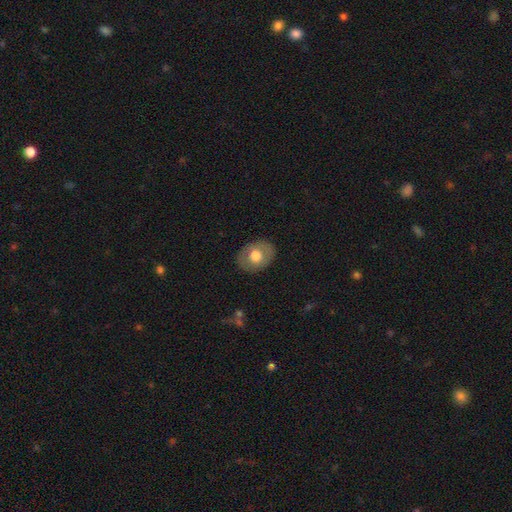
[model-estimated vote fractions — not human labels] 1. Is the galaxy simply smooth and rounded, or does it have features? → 65% smooth, 29% featured or disk, 6% star or artifact.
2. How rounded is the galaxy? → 63% in between, 36% round, 1% cigar-shaped.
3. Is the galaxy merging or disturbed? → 85% none, 11% minor disturbance, 3% major disturbance, 1% merger.